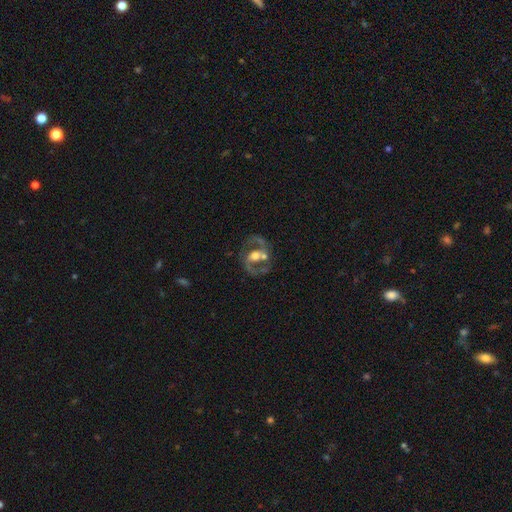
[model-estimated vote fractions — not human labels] Smooth or featured: featured or disk — 82% (smooth — 11%)
Edge-on disk: no — 96% (yes — 4%)
Bar: no — 42% (weak — 35%)
Spiral arms: yes — 85% (no — 15%)
Spiral winding: medium — 57% (loose — 22%)
Spiral arm count: 2 — 88% (can't tell — 5%)
Bulge size: moderate — 65% (large — 18%)
Merging: none — 63% (minor disturbance — 15%)